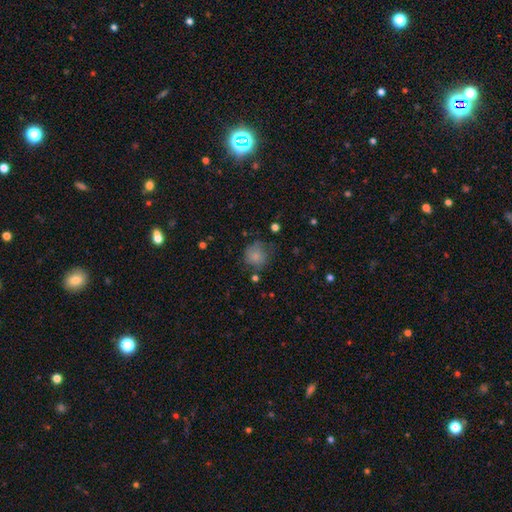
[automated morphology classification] Smooth or featured: smooth — 78% (featured or disk — 12%)
How rounded: round — 82% (in between — 17%)
Merging: none — 56% (minor disturbance — 27%)